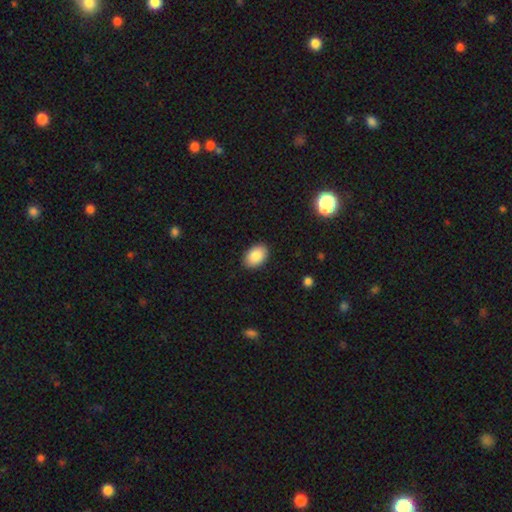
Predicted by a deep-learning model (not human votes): Smooth or featured?
  - smooth: 88% *
  - star or artifact: 7%
  - featured or disk: 5%
How rounded?
  - in between: 86% *
  - round: 13%
  - cigar-shaped: 1%
Merging?
  - none: 88% *
  - minor disturbance: 9%
  - major disturbance: 2%
  - merger: 1%